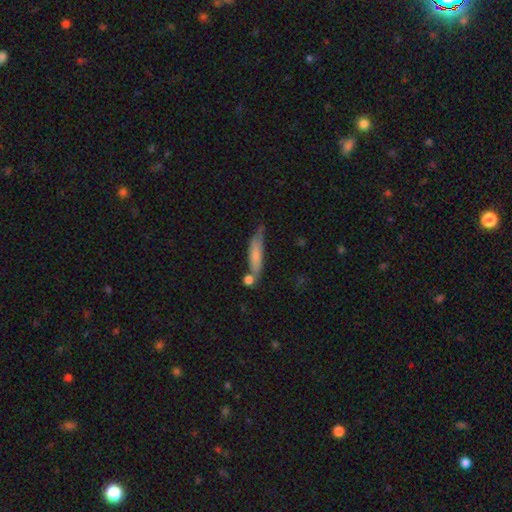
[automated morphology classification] A smooth galaxy with no disk features (68%) that is cigar-shaped (78%). Merging: none (54%).